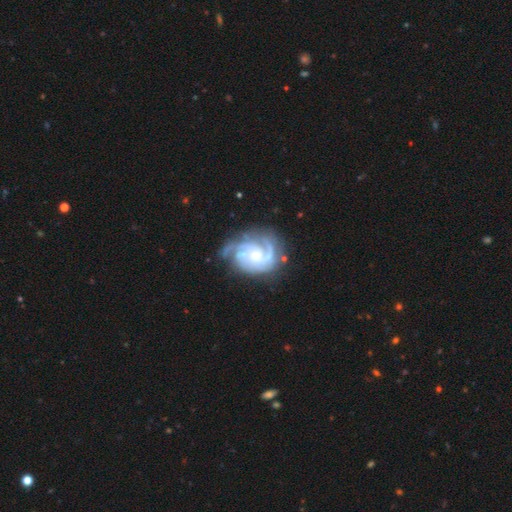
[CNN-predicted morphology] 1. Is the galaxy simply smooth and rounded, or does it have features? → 90% featured or disk, 5% smooth, 5% star or artifact.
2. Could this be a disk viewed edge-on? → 98% no, 2% yes.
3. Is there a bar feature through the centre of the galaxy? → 65% no, 29% weak, 6% strong.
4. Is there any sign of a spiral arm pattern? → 98% yes, 2% no.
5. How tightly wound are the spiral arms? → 57% tight, 36% medium, 7% loose.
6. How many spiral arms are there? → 44% 3, 21% 2, 13% can't tell, 10% 4, 5% 1, 5% more than 4.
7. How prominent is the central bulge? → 54% small, 38% moderate, 4% none, 3% large, 1% dominant.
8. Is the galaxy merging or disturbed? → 65% none, 21% minor disturbance, 11% major disturbance, 2% merger.